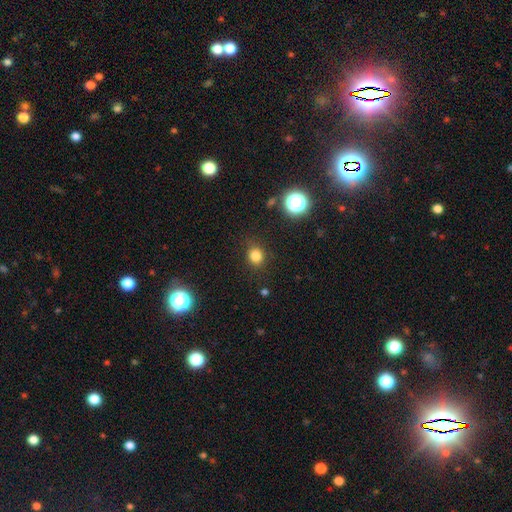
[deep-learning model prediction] Smooth or featured?
  - smooth: 81% *
  - star or artifact: 15%
  - featured or disk: 5%
How rounded?
  - round: 78% *
  - in between: 21%
  - cigar-shaped: 1%
Merging?
  - none: 85% *
  - minor disturbance: 10%
  - major disturbance: 3%
  - merger: 2%